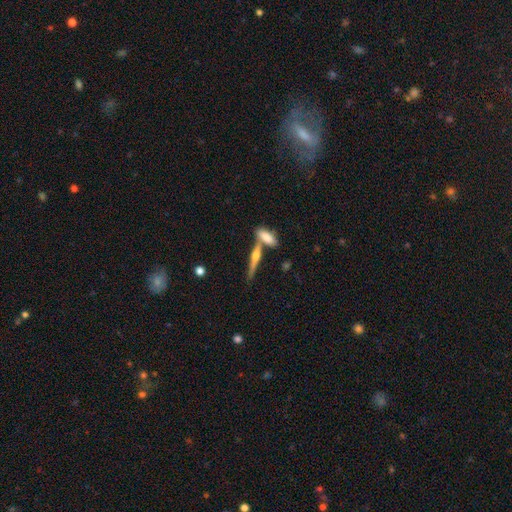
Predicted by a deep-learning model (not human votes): Overall: featured or disk (56%; smooth 37%). Edge-on disk: yes (95%). Edge-on bulge: rounded (89%). Merging: none (56%; merger 29%).